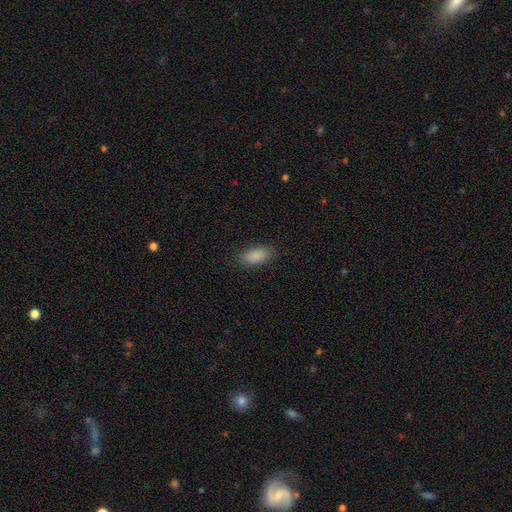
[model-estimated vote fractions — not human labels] smooth-or-featured: smooth: 89% | star or artifact: 7% | featured or disk: 4%
  how-rounded: in between: 89% | cigar-shaped: 9% | round: 3%
  merging: none: 85% | minor disturbance: 11% | major disturbance: 3% | merger: 1%